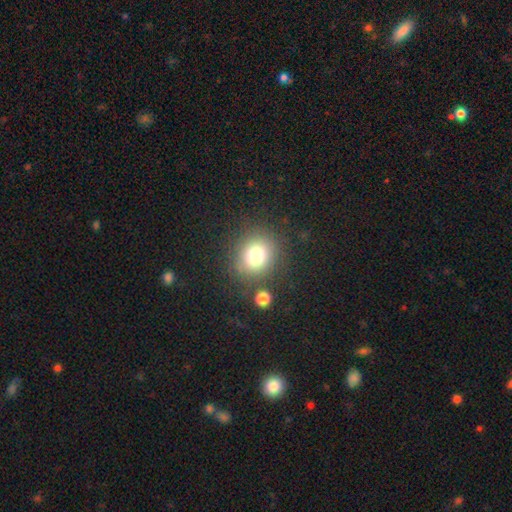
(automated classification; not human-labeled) smooth_or_featured: smooth (p=0.78) [alt: star or artifact p=0.13]
how_rounded: round (p=0.78) [alt: in between p=0.21]
merging: none (p=0.79) [alt: minor disturbance p=0.10]